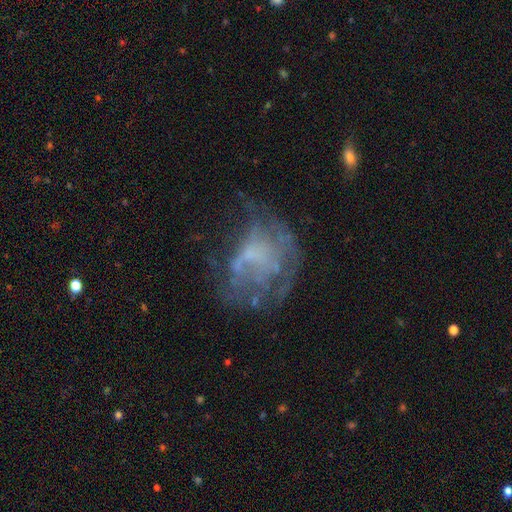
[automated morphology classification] Q: Smooth or featured?
A: featured or disk (60%); runner-up: smooth (24%)
Q: Edge-on disk?
A: no (98%); runner-up: yes (2%)
Q: Bar?
A: no (86%); runner-up: weak (12%)
Q: Spiral arms?
A: no (78%); runner-up: yes (22%)
Q: Bulge size?
A: none (62%); runner-up: small (21%)
Q: Merging?
A: none (38%); runner-up: major disturbance (37%)